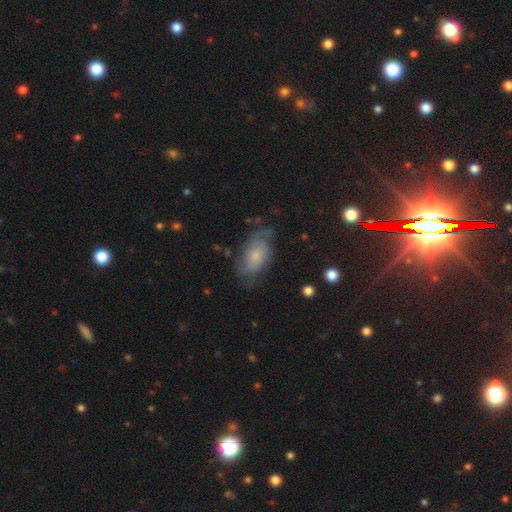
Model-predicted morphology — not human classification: This appears to be a featured or disk galaxy (61%) with no bar (77%), spiral arms (86%) and a small central bulge (59%). Merging: none (59%).